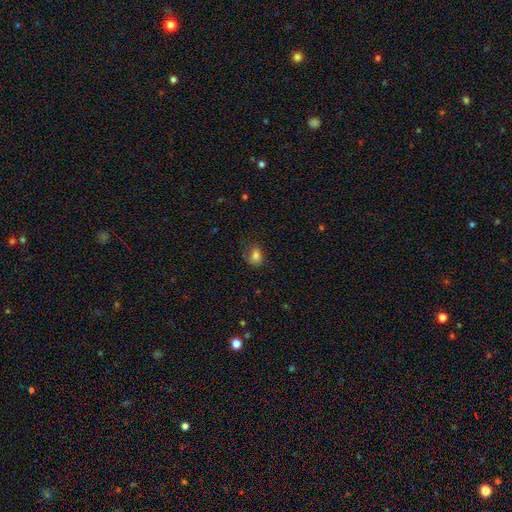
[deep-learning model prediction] smooth 79%, star or artifact 12%, featured or disk 9%. Down the decision tree: how rounded — in between (63%); merging — none (59%).